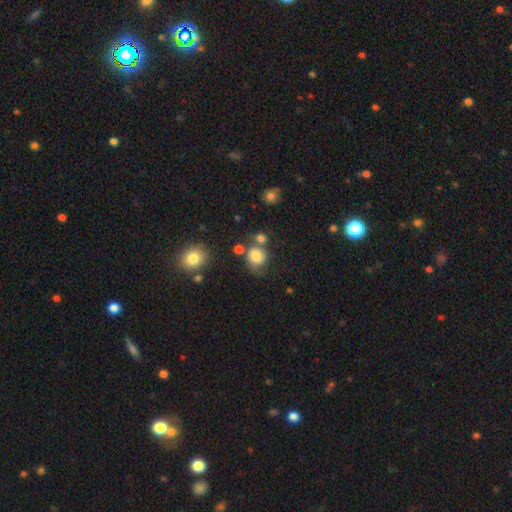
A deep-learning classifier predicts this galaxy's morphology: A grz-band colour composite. It shows a smooth galaxy with no disk features (73%) that is round (74%). Merging: none (49%).